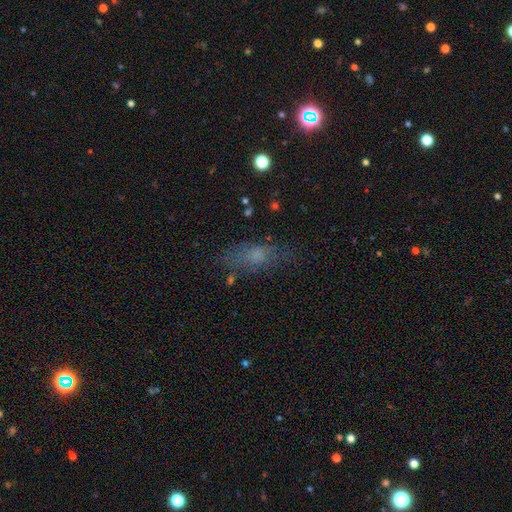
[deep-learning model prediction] smooth 59%, featured or disk 25%, star or artifact 16%. Down the decision tree: how rounded — in between (70%); merging — none (62%).